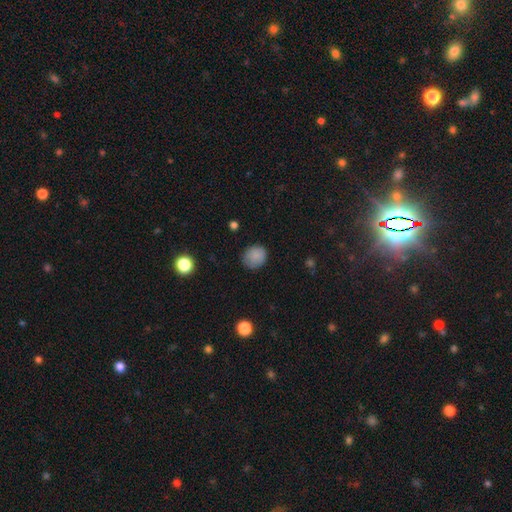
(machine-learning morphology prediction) smooth_or_featured: smooth (p=0.85) [alt: star or artifact p=0.09]
how_rounded: round (p=0.81) [alt: in between p=0.18]
merging: none (p=0.80) [alt: minor disturbance p=0.15]